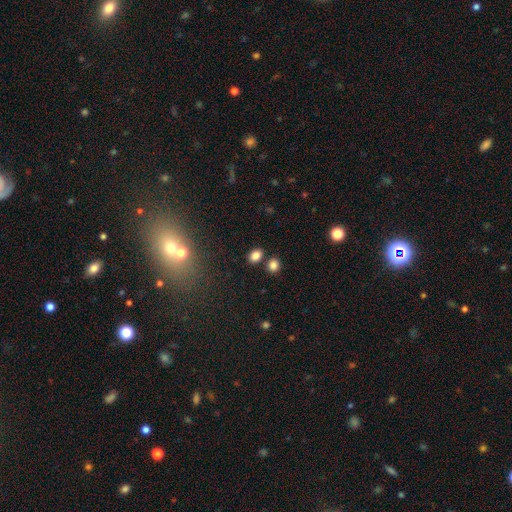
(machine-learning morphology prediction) Smooth or featured?
  - smooth: 82% *
  - star or artifact: 13%
  - featured or disk: 5%
How rounded?
  - in between: 63% *
  - round: 36%
  - cigar-shaped: 1%
Merging?
  - none: 76% *
  - merger: 12%
  - minor disturbance: 9%
  - major disturbance: 3%